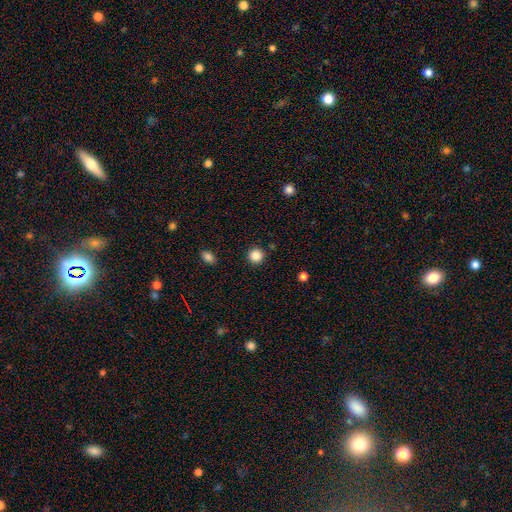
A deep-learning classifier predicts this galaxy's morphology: The model was most divided on "smooth or featured": smooth: 86%, star or artifact: 11%, featured or disk: 3%. More confident: how rounded — round (95%); merging — none (91%).